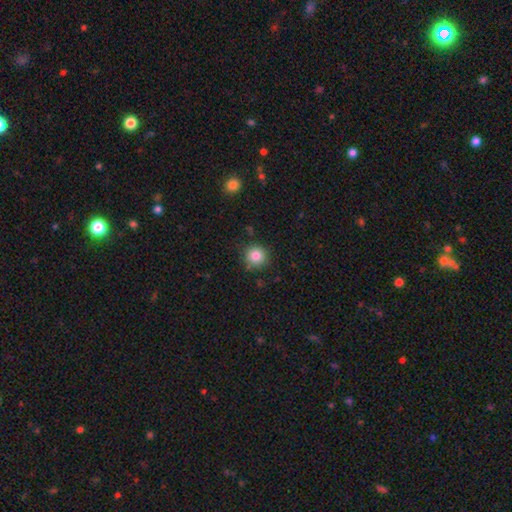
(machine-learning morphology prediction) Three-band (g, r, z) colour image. It shows a smooth galaxy with no disk features (84%) that is round (92%). Merging: none (87%).